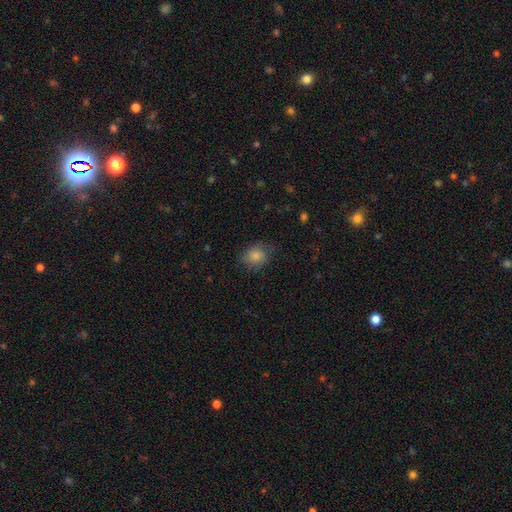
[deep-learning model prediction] Overall: smooth (81%). How rounded: round (58%; in between 41%). Merging: none (70%).